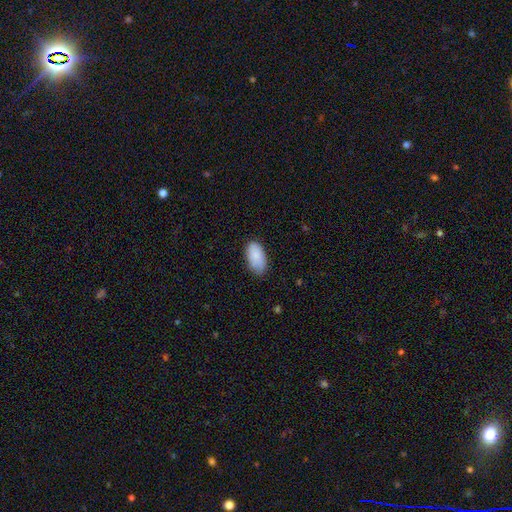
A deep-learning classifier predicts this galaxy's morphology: Smooth or featured? smooth (86%)
How rounded? in between (95%)
Merging? none (74%)